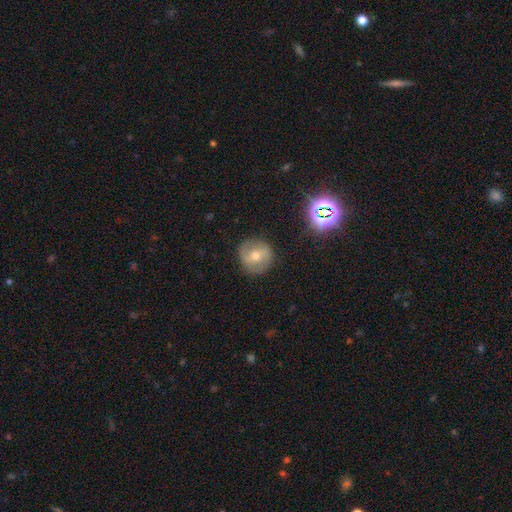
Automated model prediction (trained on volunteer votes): This is possibly a smooth galaxy (48%). Merging: clearly none (84%).